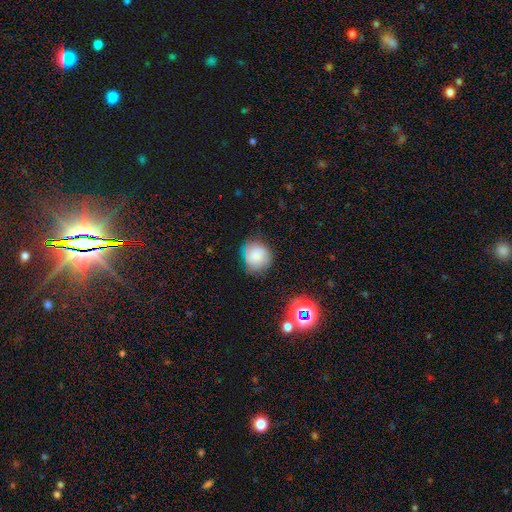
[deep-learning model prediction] Smooth or featured? Predicted: smooth (p=0.69). How rounded? Predicted: round (p=0.84). Merging? Predicted: none (p=0.71).